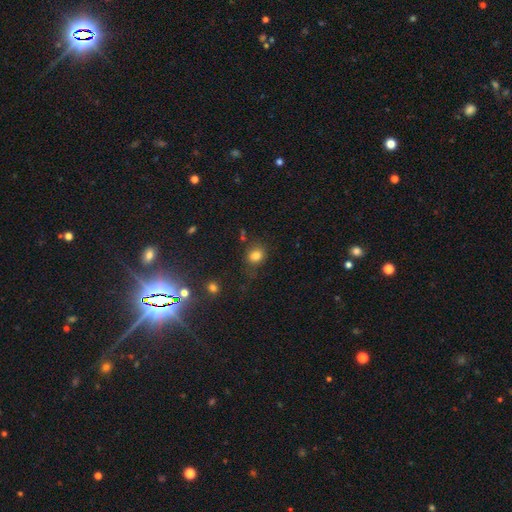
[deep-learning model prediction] The model was most divided on "how rounded": round: 67%, in between: 32%, cigar-shaped: 1%. More confident: smooth or featured — smooth (80%); merging — none (65%).